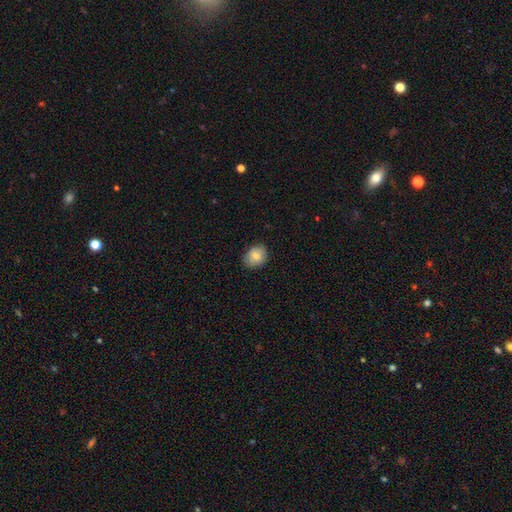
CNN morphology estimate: type=smooth (83%); roundness=round (56%); merging=none (82%).